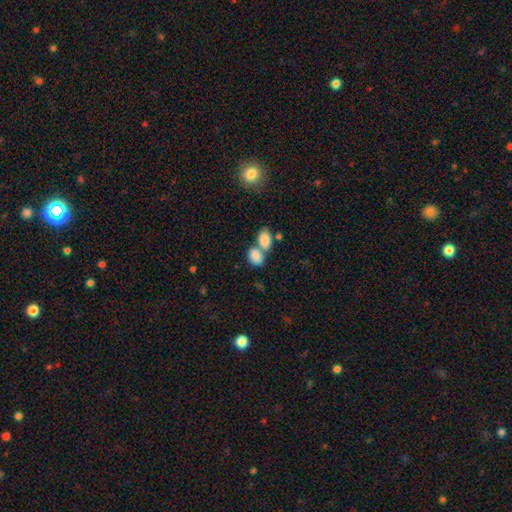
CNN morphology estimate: Smooth or featured? Predicted: smooth (p=0.84). How rounded? Predicted: in between (p=0.82). Merging? Predicted: merger (p=0.59).